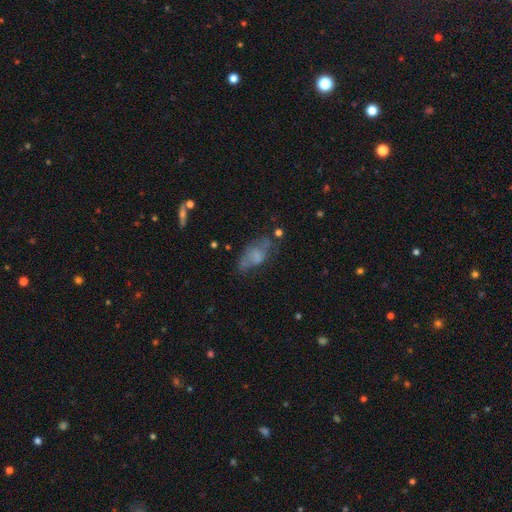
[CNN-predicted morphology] smooth 49%, featured or disk 39%, star or artifact 13%. Down the decision tree: merging — none (42%).